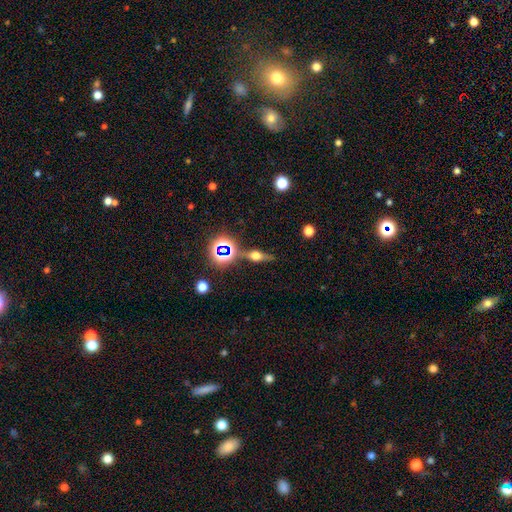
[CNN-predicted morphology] Overall: featured or disk (53%; smooth 28%). Edge-on disk: yes (89%). Merging: none (76%).